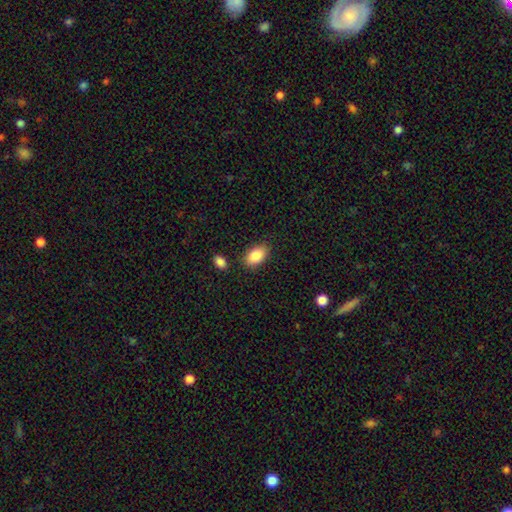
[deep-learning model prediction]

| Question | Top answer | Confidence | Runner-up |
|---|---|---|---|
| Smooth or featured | smooth | 87% | star or artifact (7%) |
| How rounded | in between | 92% | round (6%) |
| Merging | none | 82% | minor disturbance (11%) |